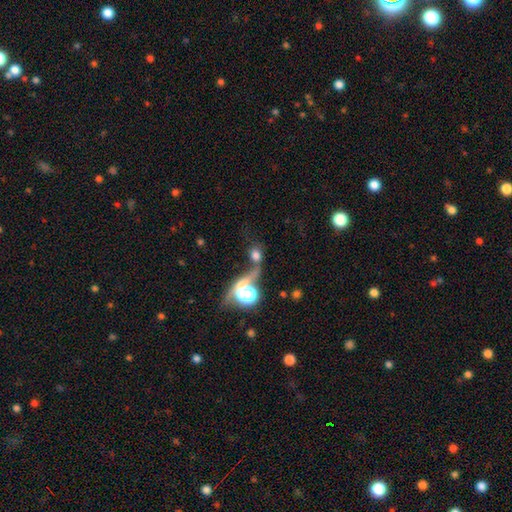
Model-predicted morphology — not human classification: smooth_or_featured: smooth (p=0.61) [alt: star or artifact p=0.23]
how_rounded: round (p=0.63) [alt: in between p=0.34]
merging: merger (p=0.40) [alt: none p=0.34]